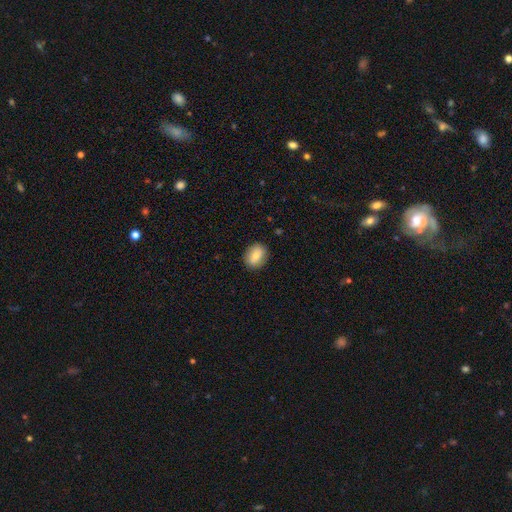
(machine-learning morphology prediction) This appears to be a smooth galaxy with no disk features (80%) that is in between round and cigar-shaped (63%). Merging: none (87%).